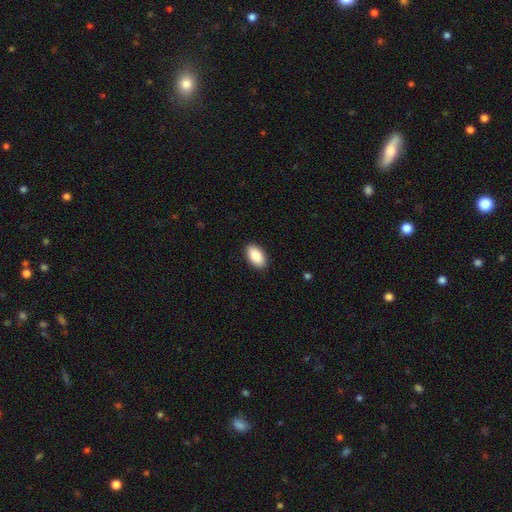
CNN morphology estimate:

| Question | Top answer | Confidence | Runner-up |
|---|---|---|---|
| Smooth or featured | smooth | 87% | star or artifact (6%) |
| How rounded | in between | 94% | round (4%) |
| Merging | none | 90% | minor disturbance (7%) |